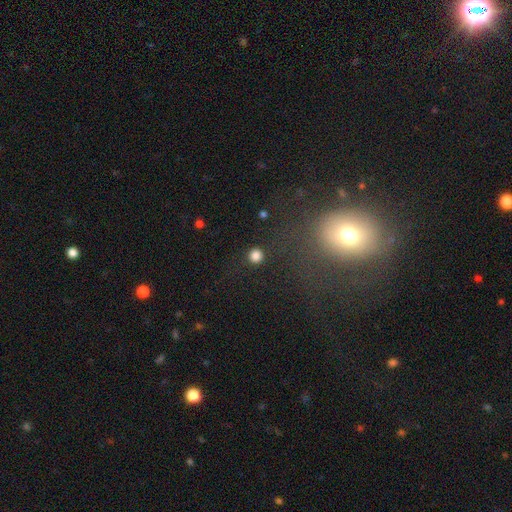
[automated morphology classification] smooth_or_featured: smooth (p=0.83) [alt: star or artifact p=0.13]
how_rounded: round (p=0.94) [alt: in between p=0.05]
merging: none (p=0.91) [alt: minor disturbance p=0.05]